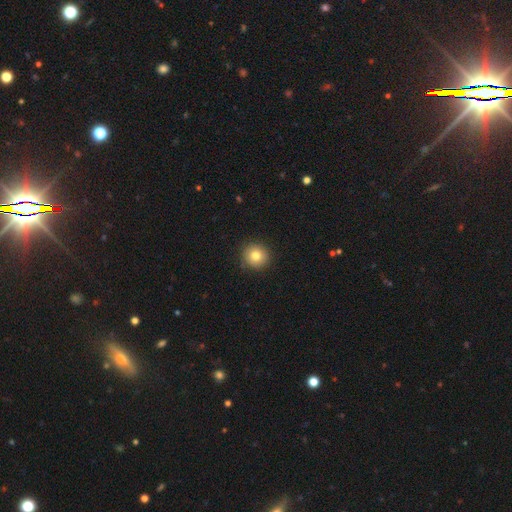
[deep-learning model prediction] smooth-or-featured: smooth: 81% | star or artifact: 10% | featured or disk: 9%
  how-rounded: round: 94% | in between: 5% | cigar-shaped: 1%
  merging: none: 90% | minor disturbance: 7% | major disturbance: 2% | merger: 1%